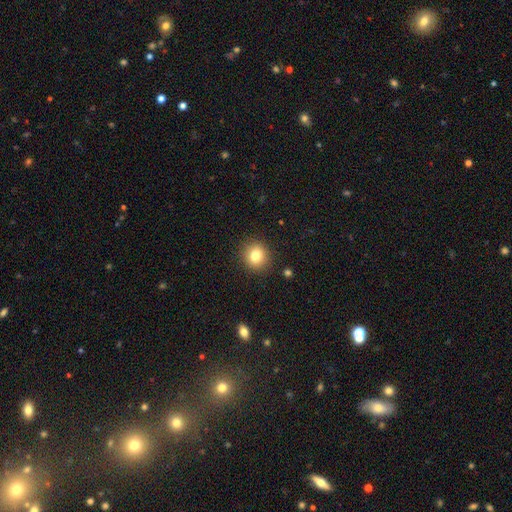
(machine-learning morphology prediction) Smooth or featured: smooth — 81% (star or artifact — 11%)
How rounded: round — 87% (in between — 12%)
Merging: none — 90% (minor disturbance — 7%)